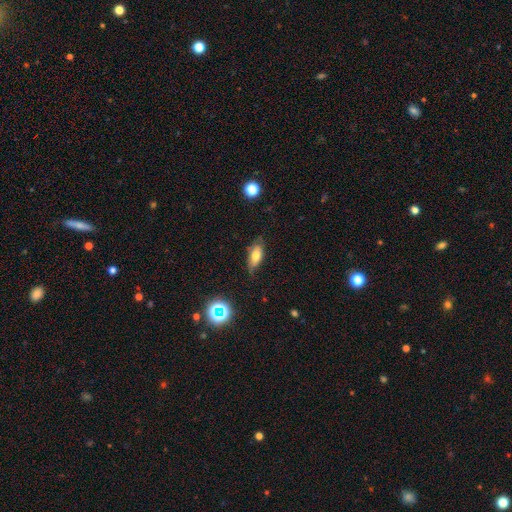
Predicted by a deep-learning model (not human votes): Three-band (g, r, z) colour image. It shows a smooth galaxy with no disk features (67%) that is in between round and cigar-shaped (80%). Merging: none (65%).